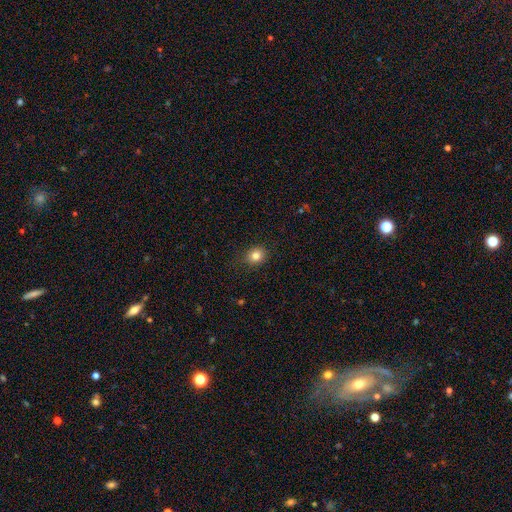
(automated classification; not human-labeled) Smooth or featured? Predicted: smooth (p=0.82). How rounded? Predicted: round (p=0.72). Merging? Predicted: none (p=0.86).